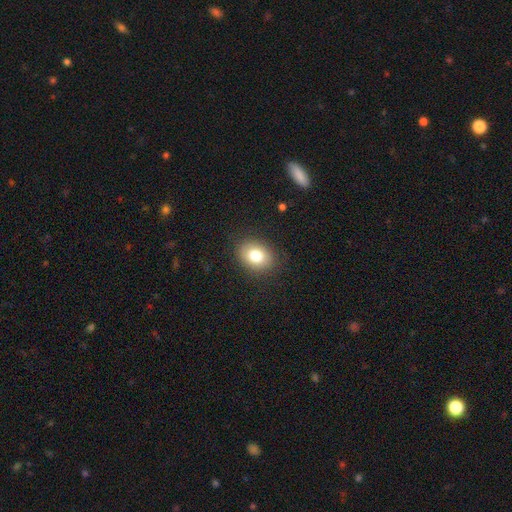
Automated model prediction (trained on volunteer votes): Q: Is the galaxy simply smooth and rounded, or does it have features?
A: smooth — 80%.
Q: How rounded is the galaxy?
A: in between — 61%.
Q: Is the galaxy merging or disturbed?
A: none — 86%.